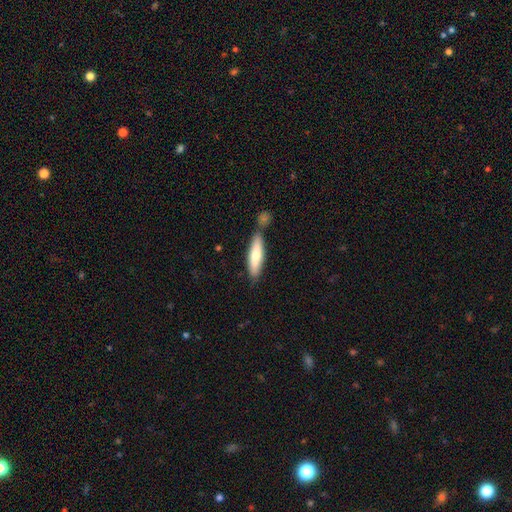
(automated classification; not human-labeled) A smooth galaxy with no disk features (68%) that is cigar-shaped (72%).

Vote fractions:
- Smooth or featured? smooth: 68% / featured or disk: 27% / star or artifact: 5%
- How rounded? cigar-shaped: 72% / in between: 27% / round: 2%
- Merging? none: 66% / merger: 16% / minor disturbance: 15% / major disturbance: 3%